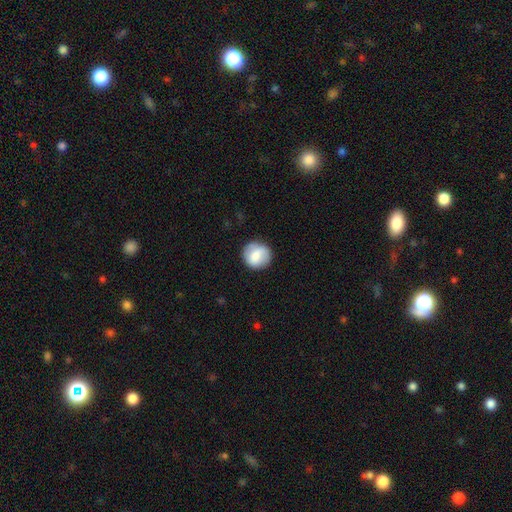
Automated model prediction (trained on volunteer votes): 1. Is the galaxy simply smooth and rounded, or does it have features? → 75% smooth, 18% featured or disk, 7% star or artifact.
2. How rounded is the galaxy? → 91% round, 8% in between, 1% cigar-shaped.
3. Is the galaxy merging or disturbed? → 83% none, 12% minor disturbance, 3% major disturbance, 1% merger.